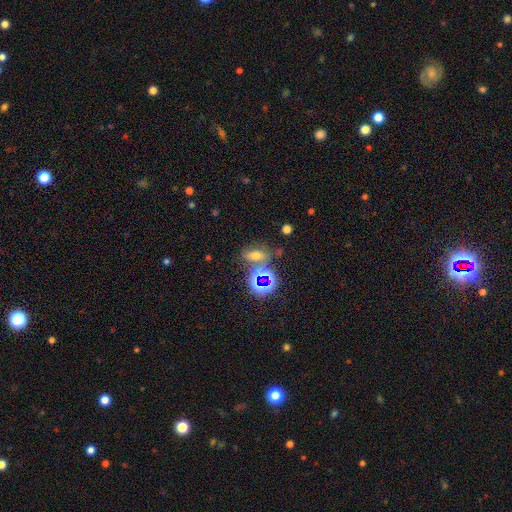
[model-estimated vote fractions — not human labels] smooth 45%, star or artifact 37%, featured or disk 18%. Down the decision tree: merging — none (63%).